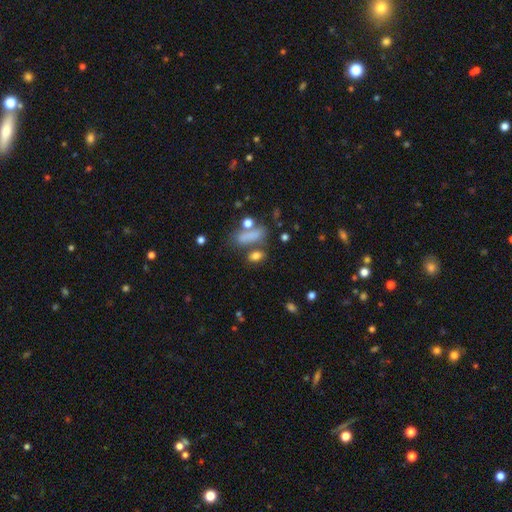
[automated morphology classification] Overall: smooth (77%). How rounded: in between (62%; cigar-shaped 27%). Merging: none (59%).